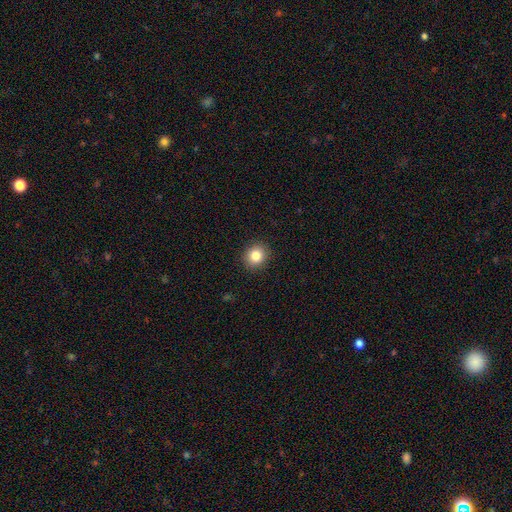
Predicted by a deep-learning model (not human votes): Q: Smooth or featured?
A: smooth (84%); runner-up: star or artifact (10%)
Q: How rounded?
A: round (81%); runner-up: in between (18%)
Q: Merging?
A: none (91%); runner-up: minor disturbance (6%)